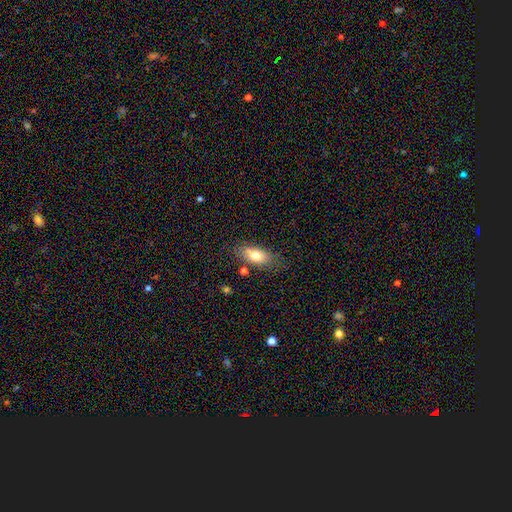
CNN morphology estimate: Smooth or featured? Predicted: smooth (p=0.74). How rounded? Predicted: in between (p=0.83). Merging? Predicted: none (p=0.73).